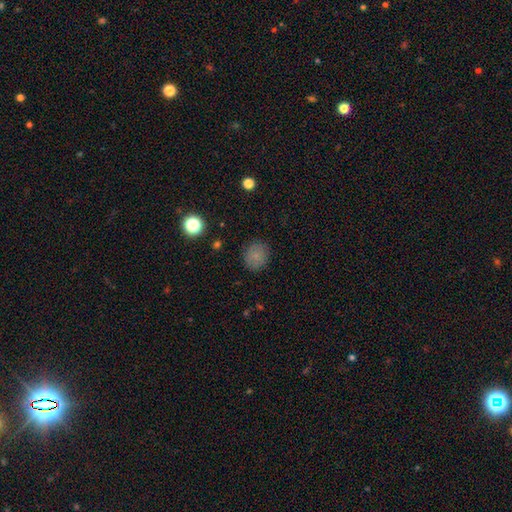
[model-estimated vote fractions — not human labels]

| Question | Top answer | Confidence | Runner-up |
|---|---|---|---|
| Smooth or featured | smooth | 80% | star or artifact (13%) |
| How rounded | round | 80% | in between (19%) |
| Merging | none | 86% | minor disturbance (10%) |